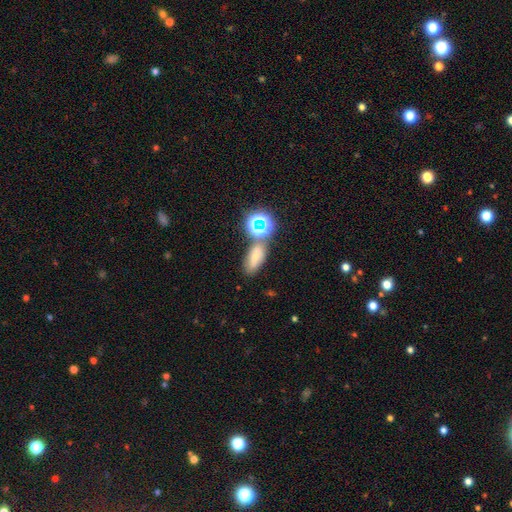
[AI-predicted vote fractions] Morphology: type=smooth (62%); roundness=in between (76%); merging=none (59%).